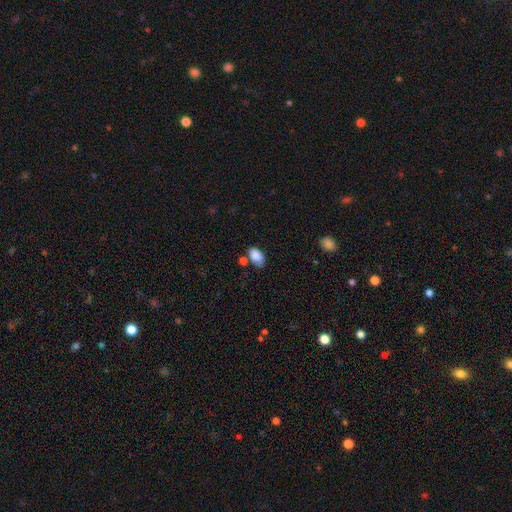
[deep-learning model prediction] Smooth or featured?
  - smooth: 86% *
  - star or artifact: 8%
  - featured or disk: 5%
How rounded?
  - in between: 90% *
  - round: 8%
  - cigar-shaped: 1%
Merging?
  - none: 59% *
  - minor disturbance: 23%
  - merger: 12%
  - major disturbance: 6%